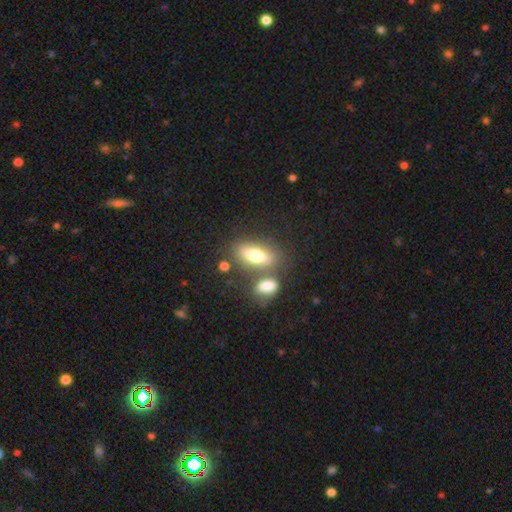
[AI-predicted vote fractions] Smooth or featured? smooth (70%)
How rounded? in between (80%)
Merging? none (61%)